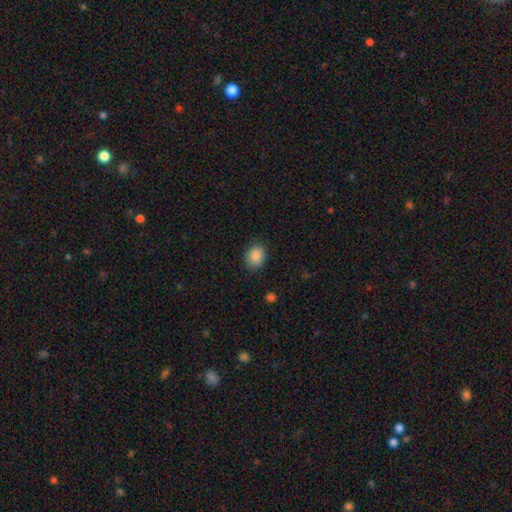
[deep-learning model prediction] Smooth or featured: smooth — 88% (star or artifact — 8%)
How rounded: round — 51% (in between — 48%)
Merging: none — 81% (minor disturbance — 15%)